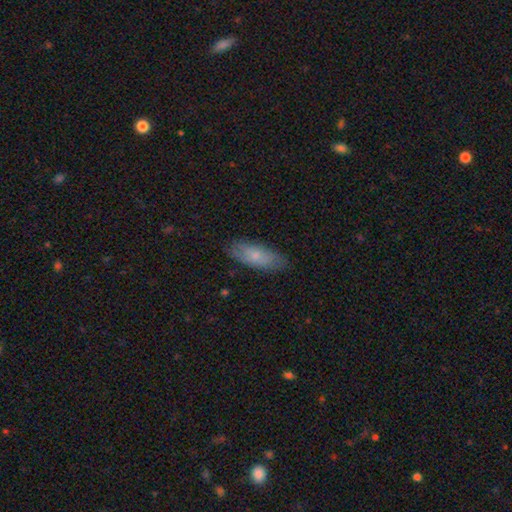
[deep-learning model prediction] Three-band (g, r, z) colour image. It shows a smooth galaxy with no disk features (68%) that is in between round and cigar-shaped (74%). Merging: none (81%).